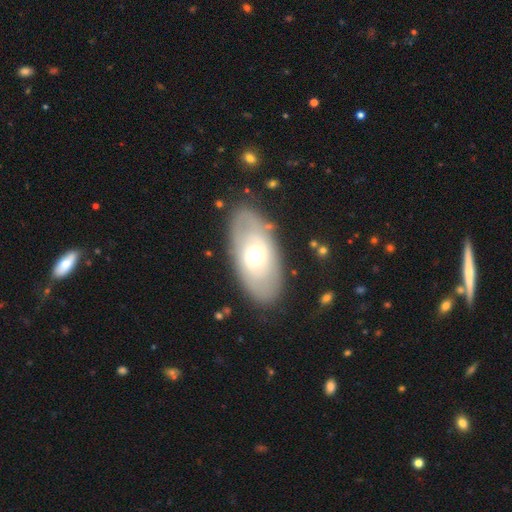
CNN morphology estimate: This is possibly a featured or disk galaxy (52%). It is clearly not viewed edge-on (87%). Merging: clearly none (82%).